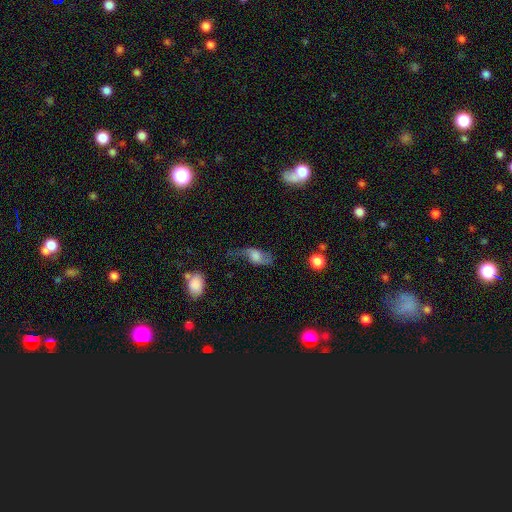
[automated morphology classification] Smooth or featured? featured or disk (52%)
Edge-on disk? no (86%)
Merging? none (50%)